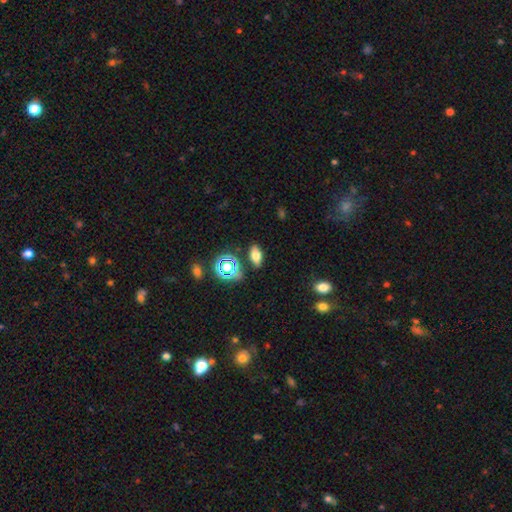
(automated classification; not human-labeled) Smooth or featured: smooth — 68% (star or artifact — 17%)
How rounded: in between — 80% (round — 11%)
Merging: none — 82% (minor disturbance — 11%)